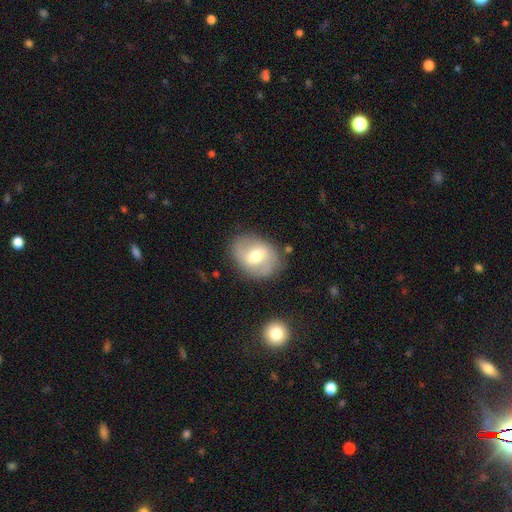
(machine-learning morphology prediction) smooth-or-featured: featured or disk: 52% | smooth: 41% | star or artifact: 7%
  disk-edge-on: no: 95% | yes: 5%
  merging: none: 76% | minor disturbance: 16% | major disturbance: 6% | merger: 2%